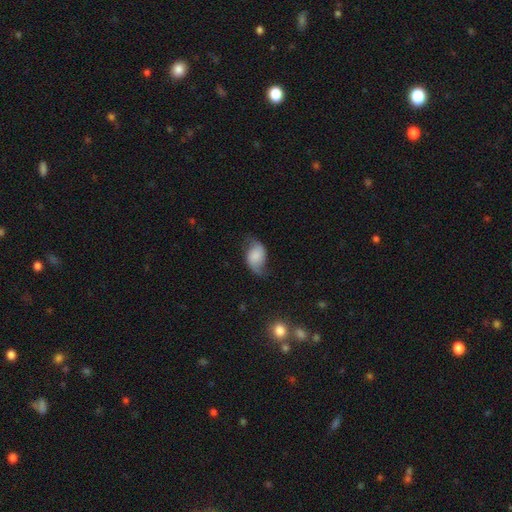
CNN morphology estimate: Q: Smooth or featured?
A: smooth (55%); runner-up: featured or disk (36%)
Q: How rounded?
A: in between (86%); runner-up: round (13%)
Q: Merging?
A: none (54%); runner-up: minor disturbance (31%)